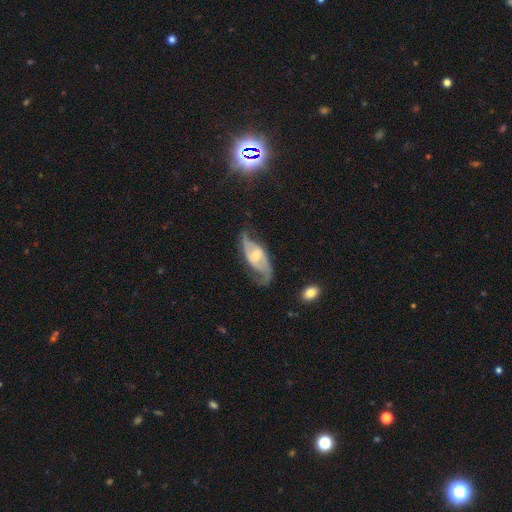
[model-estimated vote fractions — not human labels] This is clearly a featured or disk galaxy (84%). It is clearly not viewed edge-on (93%). Bar: possibly weak (45%). Spiral arm pattern: clearly yes (94%). Spiral arm count: clearly 2 (87%). Spiral winding: marginally medium (44%). Central bulge: possibly moderate (56%). Merging: likely none (62%).